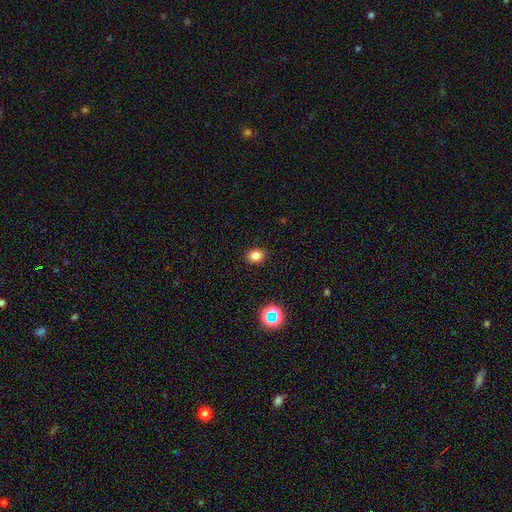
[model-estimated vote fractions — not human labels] Smooth or featured: smooth — 80% (star or artifact — 14%)
How rounded: in between — 51% (round — 48%)
Merging: none — 89% (minor disturbance — 7%)